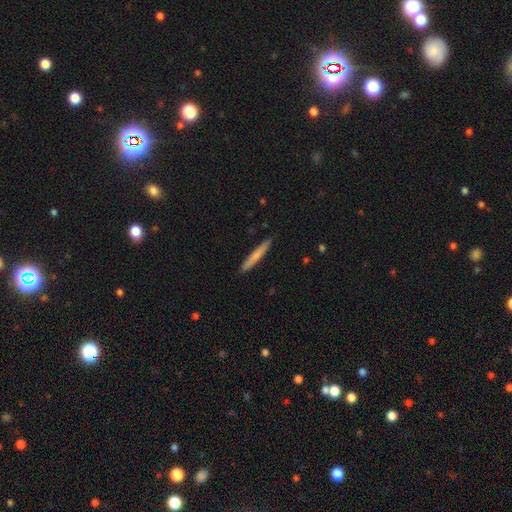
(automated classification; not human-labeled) Smooth or featured? Predicted: smooth (p=0.70). How rounded? Predicted: cigar-shaped (p=0.96). Merging? Predicted: none (p=0.91).